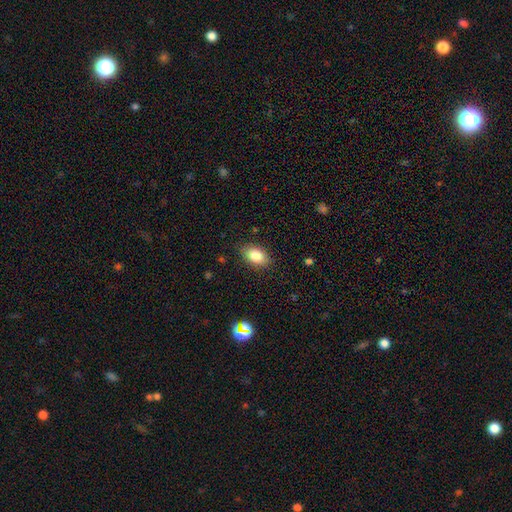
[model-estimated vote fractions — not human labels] Overall: smooth (84%). How rounded: in between (86%). Merging: none (86%).